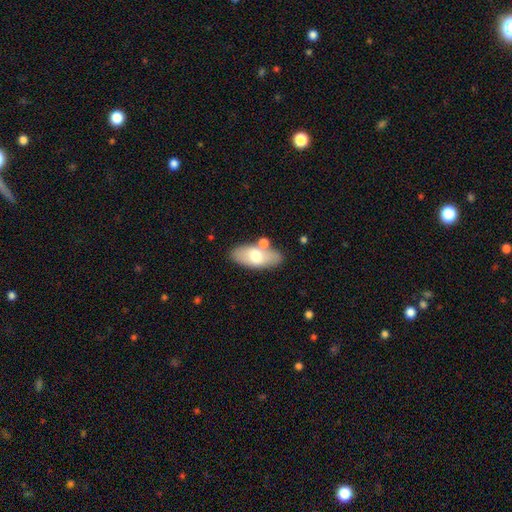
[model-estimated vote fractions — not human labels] This is likely a smooth galaxy (65%). How rounded: clearly in between (87%). Merging: likely none (72%).